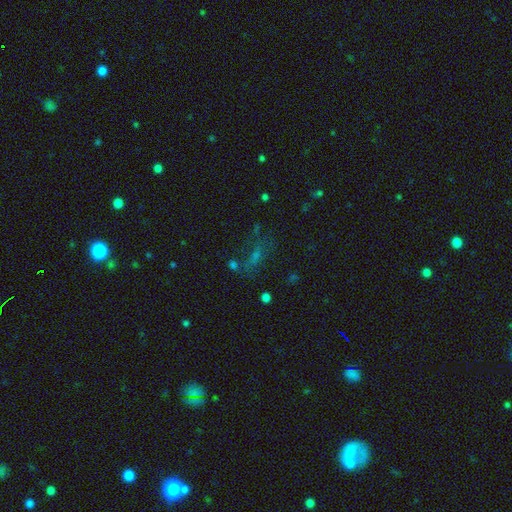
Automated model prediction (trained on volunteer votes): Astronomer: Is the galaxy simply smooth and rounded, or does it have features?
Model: star or artifact — 41% (runner-up: smooth, 34%).